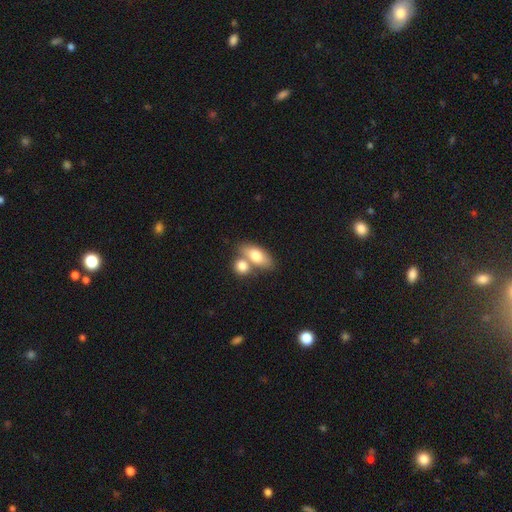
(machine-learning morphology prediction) Smooth or featured? Predicted: smooth (p=0.74). How rounded? Predicted: in between (p=0.82). Merging? Predicted: merger (p=0.50).